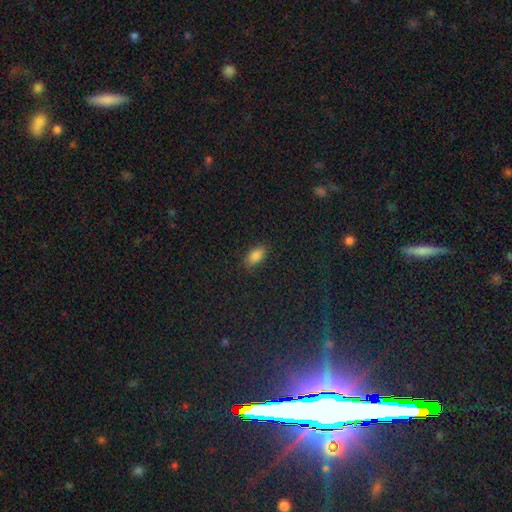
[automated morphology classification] Smooth or featured? smooth (86%)
How rounded? in between (92%)
Merging? none (85%)